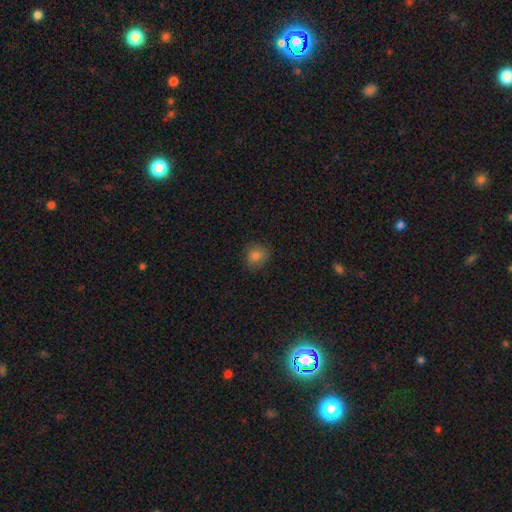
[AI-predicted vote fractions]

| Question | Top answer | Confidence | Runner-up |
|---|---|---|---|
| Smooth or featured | smooth | 81% | star or artifact (13%) |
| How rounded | round | 72% | in between (27%) |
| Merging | none | 81% | minor disturbance (15%) |